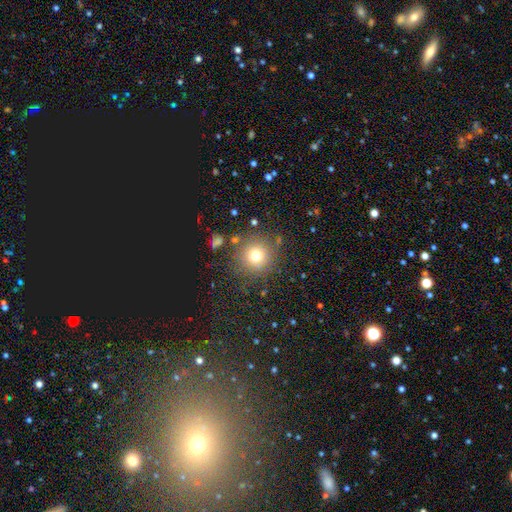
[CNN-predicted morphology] smooth-or-featured: smooth: 73% | star or artifact: 17% | featured or disk: 10%
  how-rounded: round: 94% | in between: 5% | cigar-shaped: 1%
  merging: none: 83% | minor disturbance: 9% | major disturbance: 4% | merger: 4%